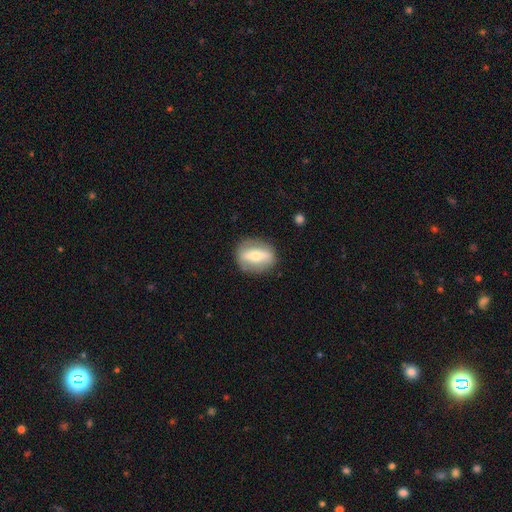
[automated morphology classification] The model was most divided on "smooth or featured": featured or disk: 54%, smooth: 39%, star or artifact: 6%. More confident: merging — none (83%); edge-on disk — no (68%).